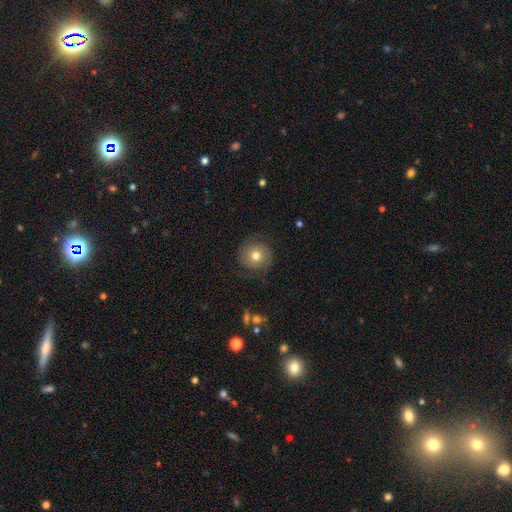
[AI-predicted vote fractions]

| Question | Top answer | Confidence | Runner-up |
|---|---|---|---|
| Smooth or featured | smooth | 57% | featured or disk (33%) |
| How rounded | round | 93% | in between (6%) |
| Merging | none | 80% | minor disturbance (12%) |